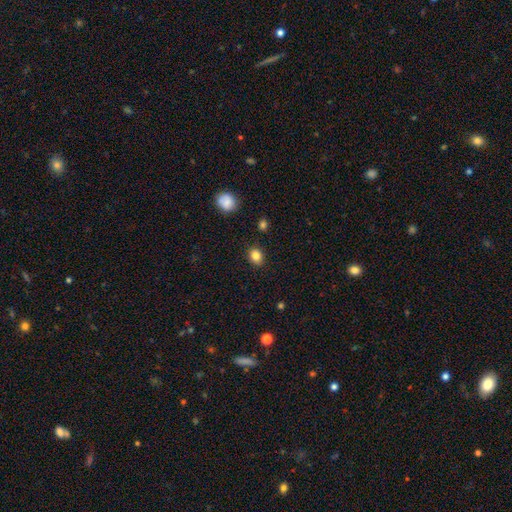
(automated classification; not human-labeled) Smooth or featured? smooth (84%)
How rounded? round (60%)
Merging? none (88%)